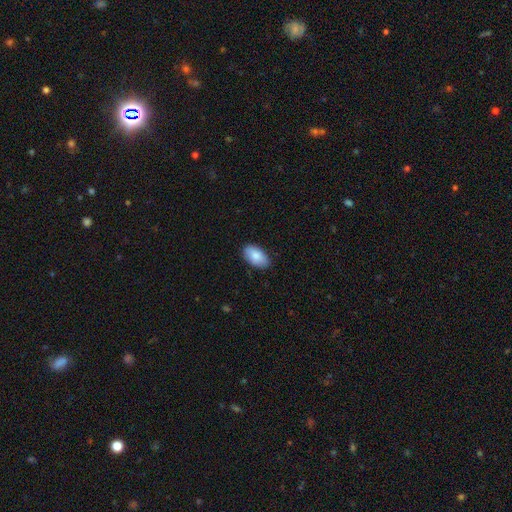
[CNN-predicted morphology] Smooth or featured?
  - smooth: 85% *
  - featured or disk: 9%
  - star or artifact: 6%
How rounded?
  - in between: 95% *
  - round: 4%
  - cigar-shaped: 2%
Merging?
  - none: 85% *
  - minor disturbance: 12%
  - major disturbance: 2%
  - merger: 1%